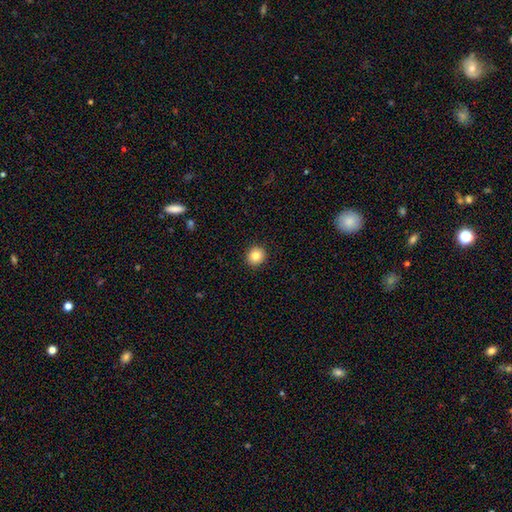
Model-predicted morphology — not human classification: Smooth or featured? smooth (83%)
How rounded? round (91%)
Merging? none (93%)